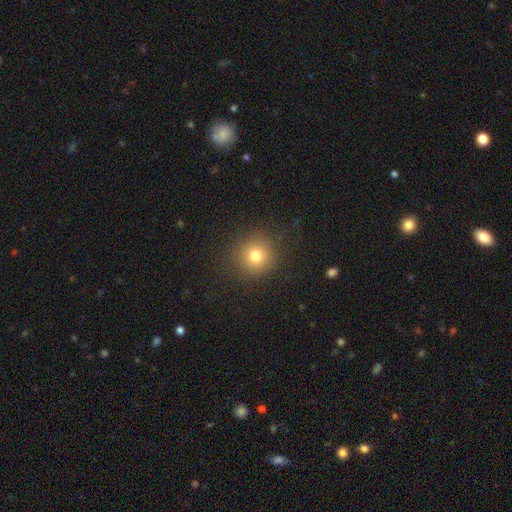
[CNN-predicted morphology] Smooth or featured: smooth — 78% (star or artifact — 14%)
How rounded: round — 92% (in between — 7%)
Merging: none — 89% (minor disturbance — 7%)